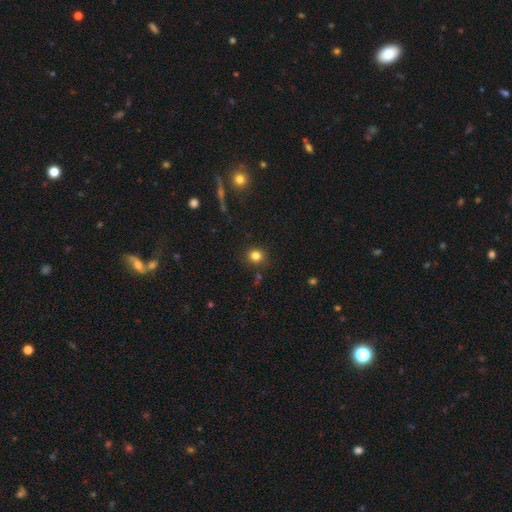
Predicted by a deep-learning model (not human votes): This appears to be a smooth galaxy with no disk features (82%) that is round (87%). Merging: none (86%).